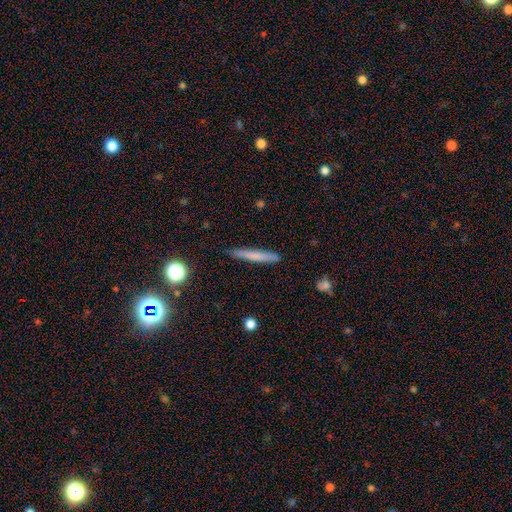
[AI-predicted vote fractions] This is likely a smooth galaxy (69%). How rounded: clearly cigar-shaped (95%). Merging: clearly none (87%).